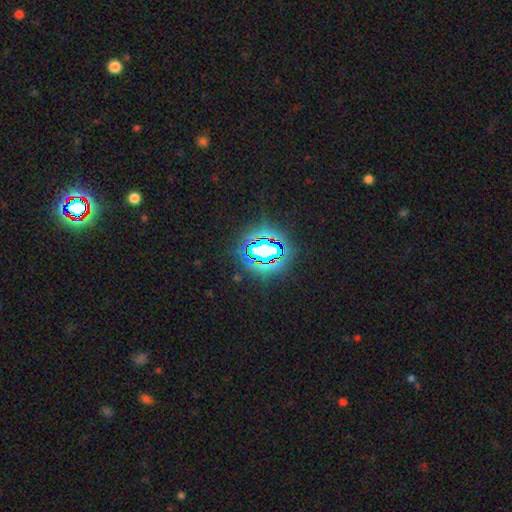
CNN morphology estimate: smooth-or-featured: star or artifact: 72% | smooth: 17% | featured or disk: 11%